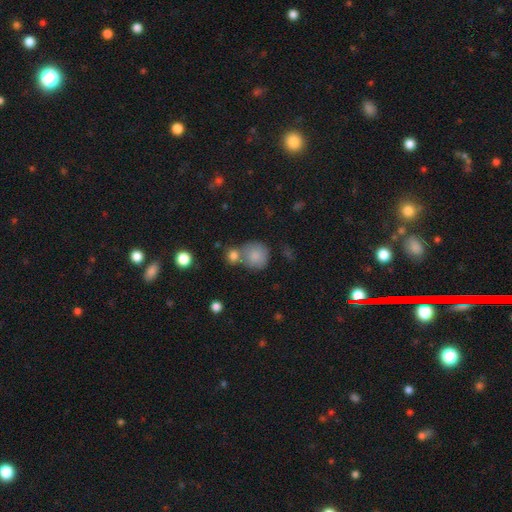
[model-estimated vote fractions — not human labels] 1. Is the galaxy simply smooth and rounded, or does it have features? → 83% smooth, 9% featured or disk, 8% star or artifact.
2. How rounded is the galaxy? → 85% round, 14% in between, 1% cigar-shaped.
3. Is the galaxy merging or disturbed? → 46% none, 36% merger, 12% minor disturbance, 5% major disturbance.